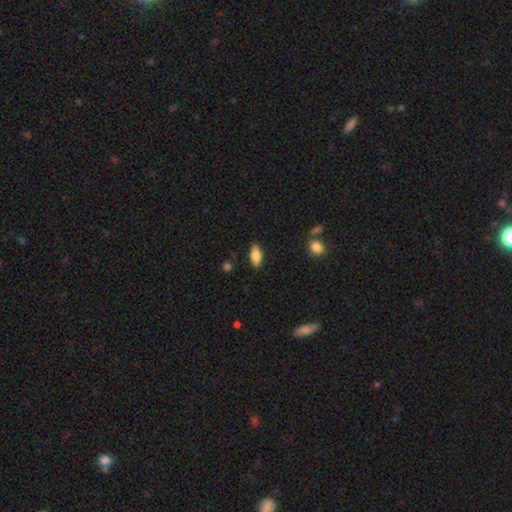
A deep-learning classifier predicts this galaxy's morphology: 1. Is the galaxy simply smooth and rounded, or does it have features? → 77% smooth, 16% featured or disk, 7% star or artifact.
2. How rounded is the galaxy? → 79% in between, 19% cigar-shaped, 3% round.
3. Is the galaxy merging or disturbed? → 87% none, 10% minor disturbance, 2% major disturbance, 1% merger.